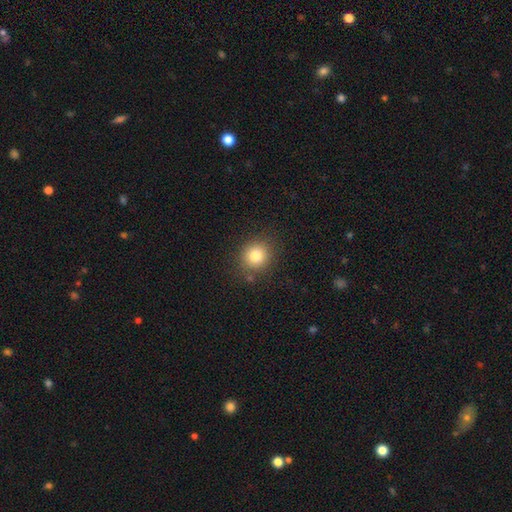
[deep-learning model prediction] The model was most divided on "how rounded": round: 84%, in between: 15%, cigar-shaped: 1%. More confident: merging — none (84%); smooth or featured — smooth (81%).